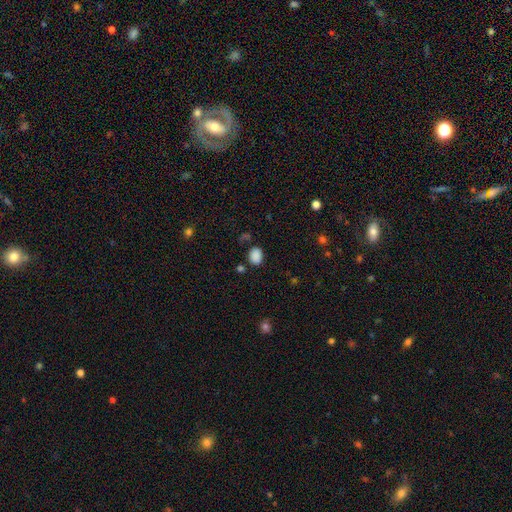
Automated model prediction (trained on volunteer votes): Smooth or featured: smooth — 86% (star or artifact — 11%)
How rounded: in between — 64% (round — 35%)
Merging: none — 79% (minor disturbance — 13%)